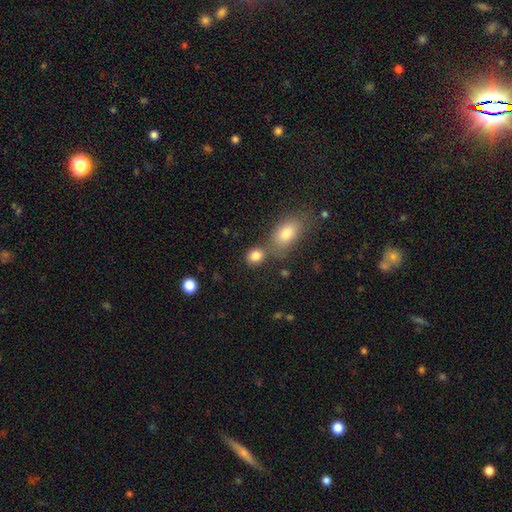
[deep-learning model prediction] This appears to be a smooth galaxy with no disk features (84%) that is round (52%). Merging: none (58%).